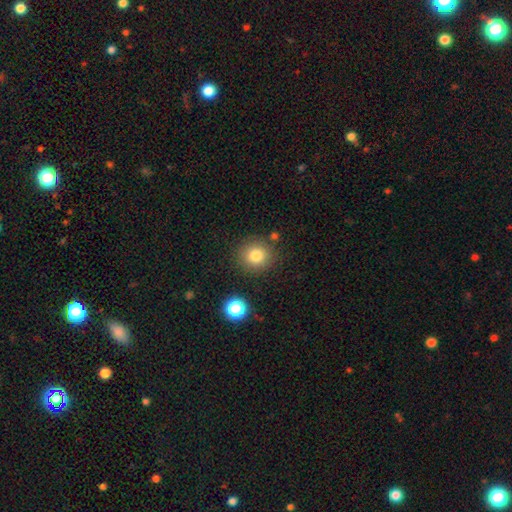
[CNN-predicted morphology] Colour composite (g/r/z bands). It shows a smooth galaxy with no disk features (81%) that is round (91%). Merging: none (85%).